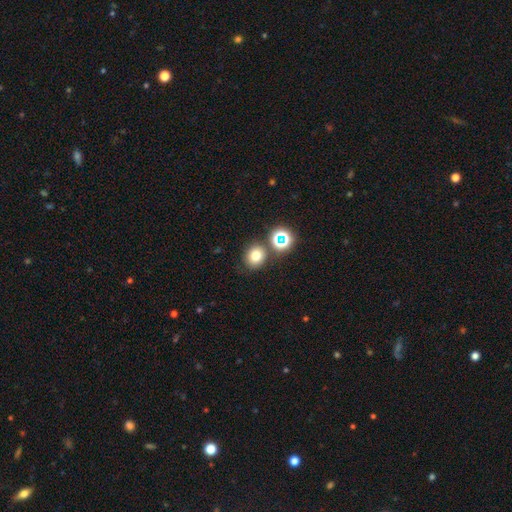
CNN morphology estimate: The model was most divided on "how rounded": round: 75%, in between: 24%, cigar-shaped: 1%. More confident: merging — none (75%); smooth or featured — smooth (72%).